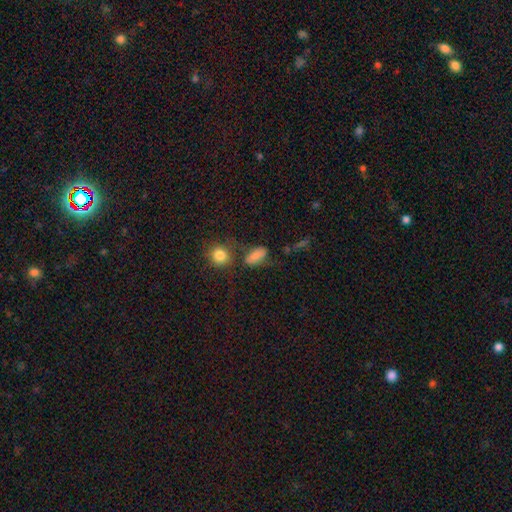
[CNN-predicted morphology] This appears to be a smooth galaxy with no disk features (79%) that is in between round and cigar-shaped (81%). Merging: none (57%).